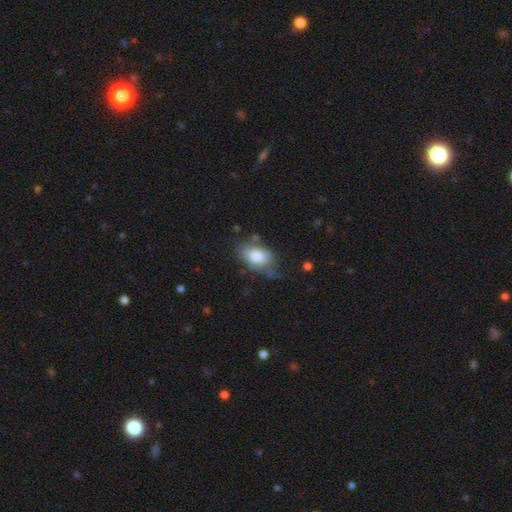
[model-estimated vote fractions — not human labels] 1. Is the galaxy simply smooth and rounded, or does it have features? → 78% smooth, 15% featured or disk, 7% star or artifact.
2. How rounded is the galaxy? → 87% in between, 11% round, 2% cigar-shaped.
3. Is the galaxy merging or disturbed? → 55% none, 29% minor disturbance, 10% major disturbance, 5% merger.